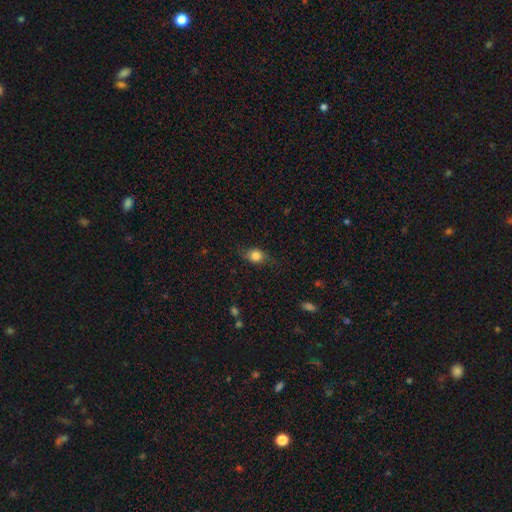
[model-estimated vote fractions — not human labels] The model was most divided on "how rounded": in between: 51%, round: 46%, cigar-shaped: 3%. More confident: smooth or featured — smooth (77%); merging — none (72%).